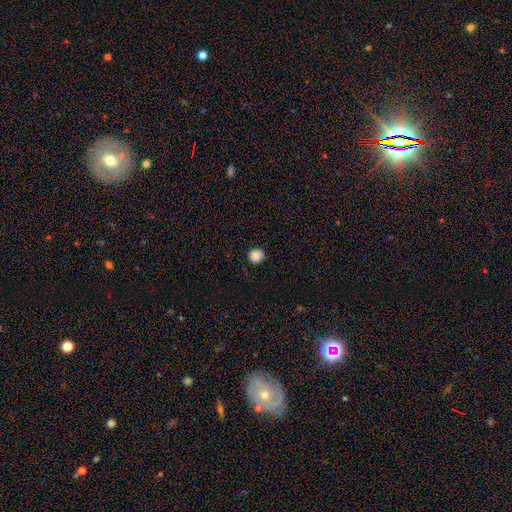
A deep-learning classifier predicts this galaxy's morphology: Smooth or featured?
  - smooth: 87% *
  - star or artifact: 10%
  - featured or disk: 3%
How rounded?
  - round: 93% *
  - in between: 6%
  - cigar-shaped: 1%
Merging?
  - none: 90% *
  - minor disturbance: 7%
  - major disturbance: 2%
  - merger: 1%